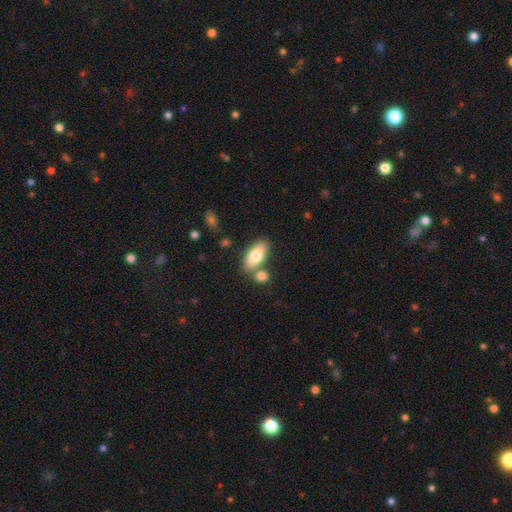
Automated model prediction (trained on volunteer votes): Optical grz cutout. It shows a smooth galaxy with no disk features (76%) that is in between round and cigar-shaped (90%). Merging: none (67%).